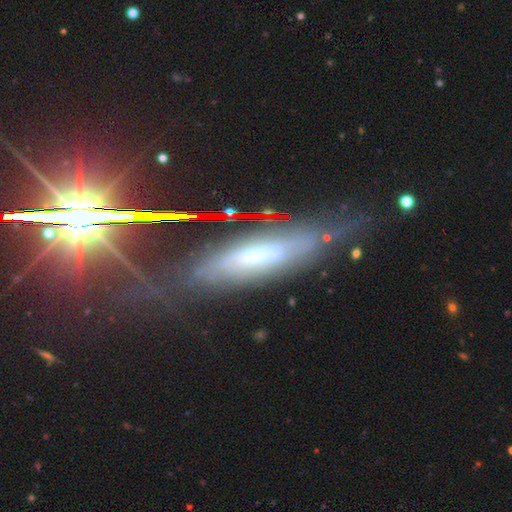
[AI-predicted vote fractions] A featured or disk galaxy (57%) viewed edge-on (59%).

Vote fractions:
- Smooth or featured? featured or disk: 57% / smooth: 28% / star or artifact: 14%
- Edge-on disk? yes: 59% / no: 41%
- Merging? none: 62% / minor disturbance: 21% / major disturbance: 14% / merger: 3%